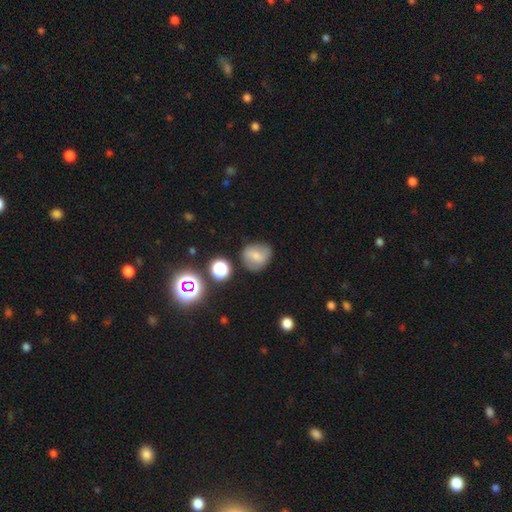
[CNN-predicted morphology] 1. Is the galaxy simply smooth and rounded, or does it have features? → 62% smooth, 25% featured or disk, 13% star or artifact.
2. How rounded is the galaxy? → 76% round, 23% in between, 1% cigar-shaped.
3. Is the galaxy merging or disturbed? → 72% none, 18% minor disturbance, 6% major disturbance, 4% merger.